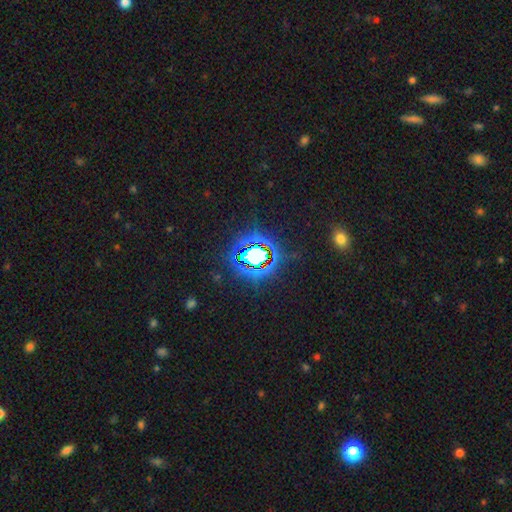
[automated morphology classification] This appears to be a star or artifact, not a galaxy (79%).